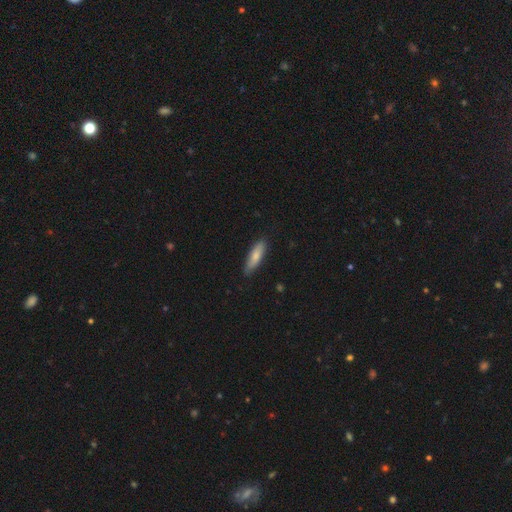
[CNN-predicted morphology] Smooth or featured? smooth (76%)
How rounded? cigar-shaped (59%)
Merging? none (84%)